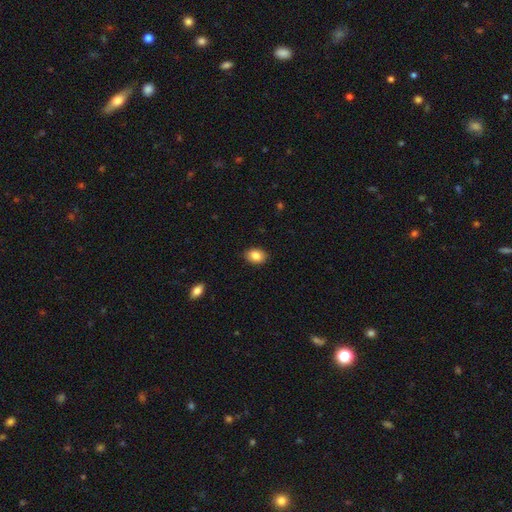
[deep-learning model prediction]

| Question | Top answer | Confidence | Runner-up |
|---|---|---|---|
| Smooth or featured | smooth | 85% | star or artifact (8%) |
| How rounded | in between | 76% | round (23%) |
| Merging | none | 88% | minor disturbance (9%) |